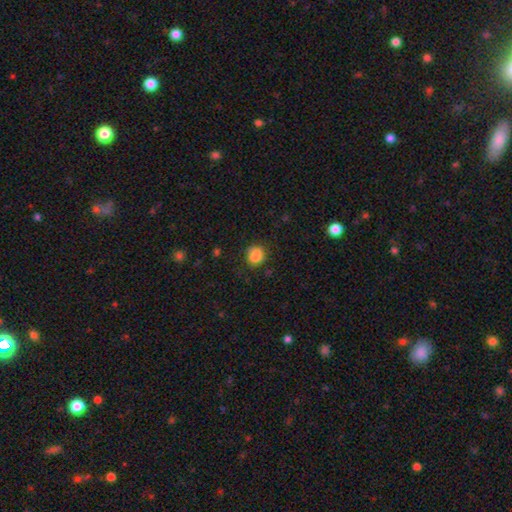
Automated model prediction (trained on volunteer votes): Q: Smooth or featured?
A: smooth (85%); runner-up: star or artifact (10%)
Q: How rounded?
A: round (68%); runner-up: in between (31%)
Q: Merging?
A: none (75%); runner-up: minor disturbance (18%)